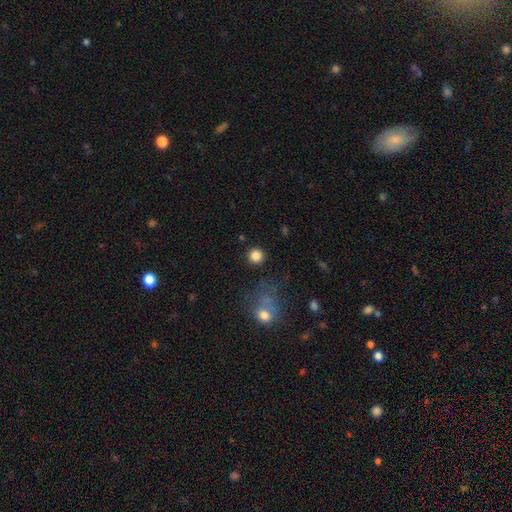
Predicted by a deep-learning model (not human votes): Smooth or featured: smooth — 85% (star or artifact — 11%)
How rounded: round — 94% (in between — 5%)
Merging: none — 88% (minor disturbance — 6%)